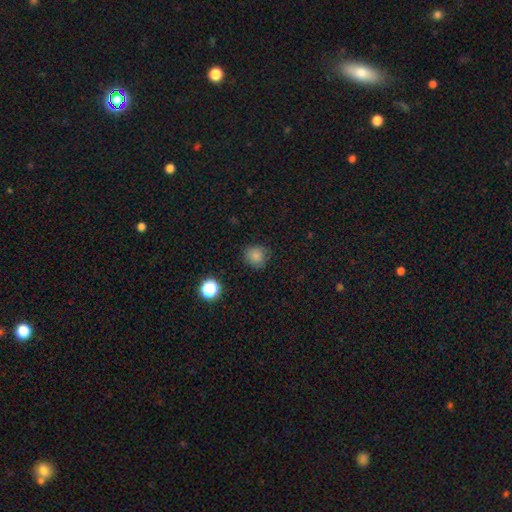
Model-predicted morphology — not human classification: Smooth or featured: smooth — 82% (star or artifact — 13%)
How rounded: round — 89% (in between — 10%)
Merging: none — 85% (minor disturbance — 11%)